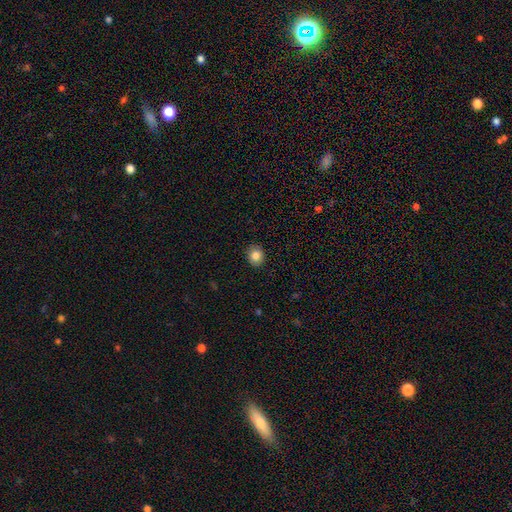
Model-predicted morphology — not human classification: Overall: smooth (85%). How rounded: round (65%; in between 35%). Merging: none (90%).